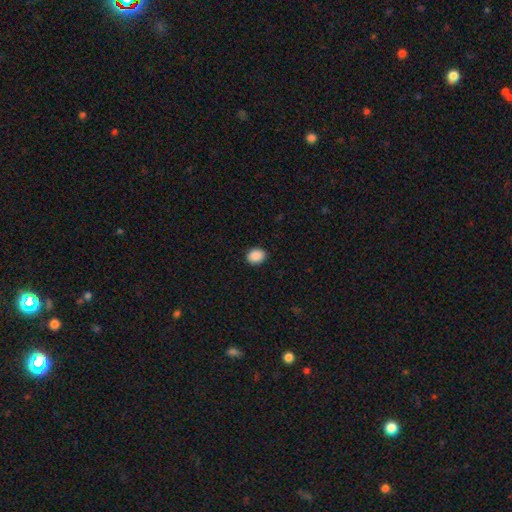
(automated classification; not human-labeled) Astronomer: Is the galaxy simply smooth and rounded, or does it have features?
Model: smooth — 90%.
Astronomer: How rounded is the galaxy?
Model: in between — 50% (runner-up: round, 49%).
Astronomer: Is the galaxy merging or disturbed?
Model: none — 90%.